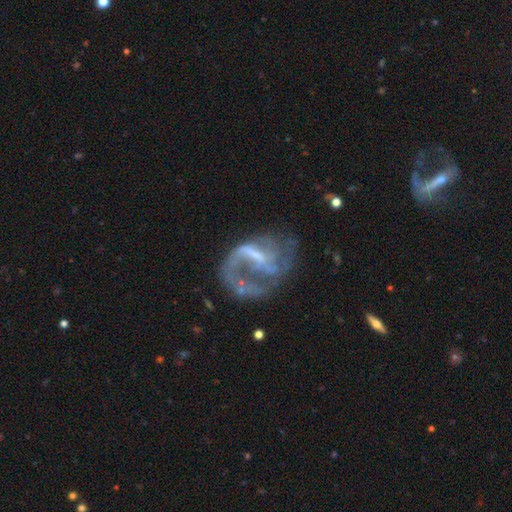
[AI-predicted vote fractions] A featured or disk galaxy (78%) with a weak bar (46%), 1 (52%) loose (52%) spiral arms (73%) and no central bulge (42%). Merging: major disturbance (44%).